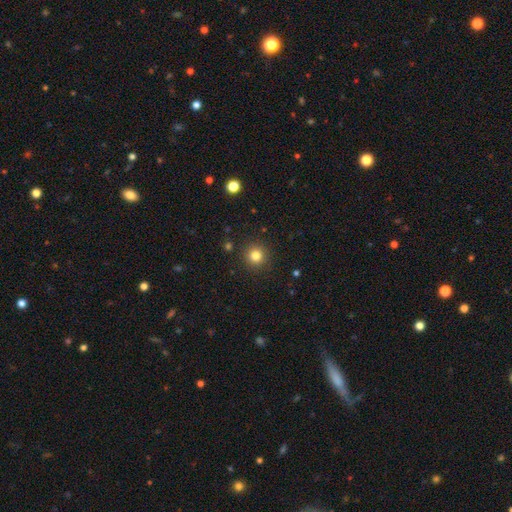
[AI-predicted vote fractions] Smooth or featured? smooth (81%)
How rounded? round (94%)
Merging? none (91%)